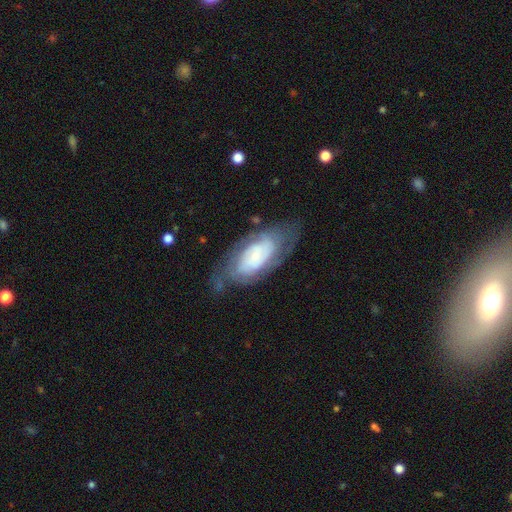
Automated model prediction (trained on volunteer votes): A featured or disk galaxy (66%) with no bar (65%), tight (61%) spiral arms (83%) and a small central bulge (56%). Merging: none (65%).